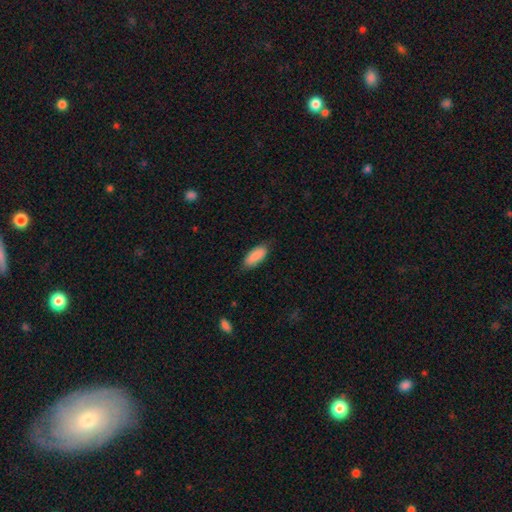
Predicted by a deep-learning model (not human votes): The model was most divided on "how rounded": in between: 81%, cigar-shaped: 17%, round: 2%. More confident: smooth or featured — smooth (89%); merging — none (81%).